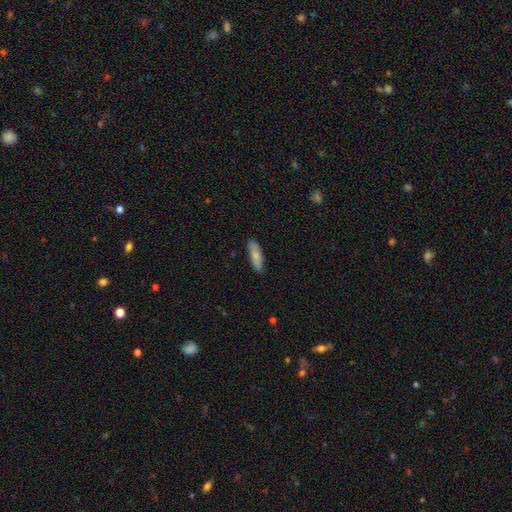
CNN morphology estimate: A smooth galaxy with no disk features (77%) that is in between round and cigar-shaped (54%).

Vote fractions:
- Smooth or featured? smooth: 77% / featured or disk: 17% / star or artifact: 6%
- How rounded? in between: 54% / cigar-shaped: 44% / round: 2%
- Merging? none: 84% / minor disturbance: 12% / major disturbance: 2% / merger: 1%